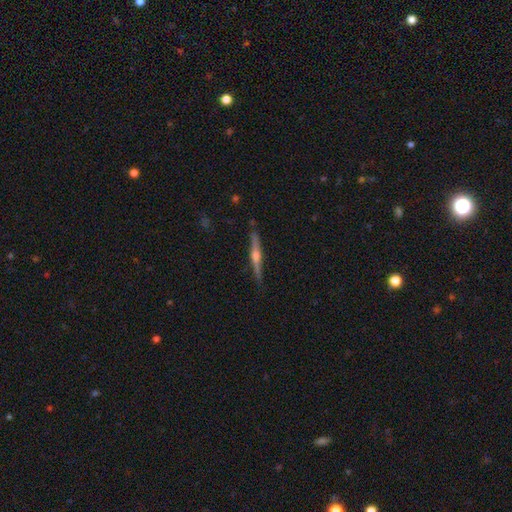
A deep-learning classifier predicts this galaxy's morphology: smooth_or_featured: featured or disk (p=0.77) [alt: smooth p=0.17]
disk_edge_on: yes (p=0.98) [alt: no p=0.02]
edge_on_bulge: rounded (p=0.91) [alt: boxy p=0.05]
merging: none (p=0.87) [alt: minor disturbance p=0.10]